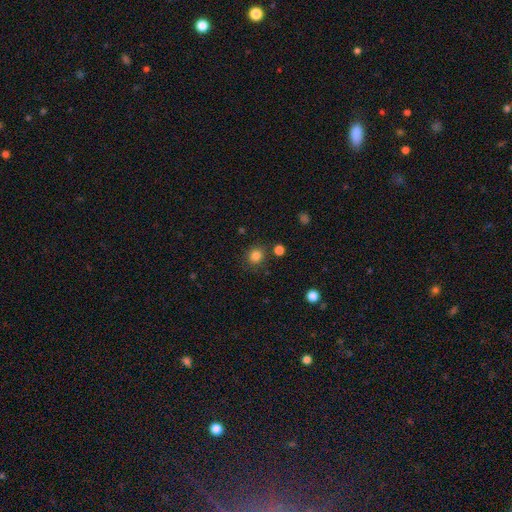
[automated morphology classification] type=smooth (83%); roundness=round (86%); merging=none (83%).